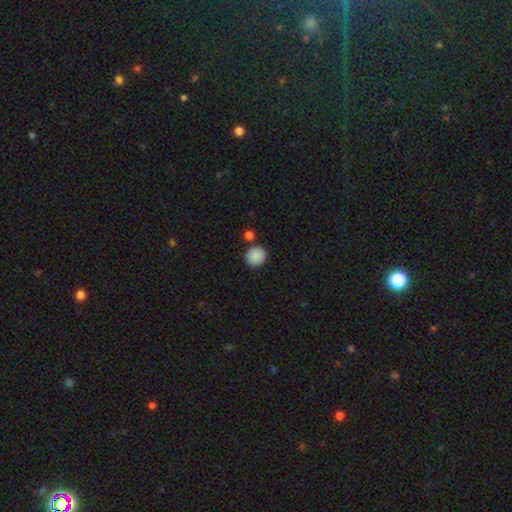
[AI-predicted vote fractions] This appears to be a smooth galaxy with no disk features (88%) that is round (86%). Merging: none (82%).